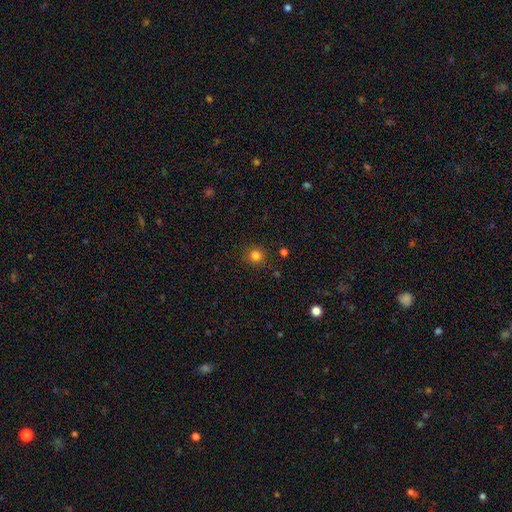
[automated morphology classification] This appears to be a smooth galaxy with no disk features (81%) that is round (92%). Merging: none (89%).